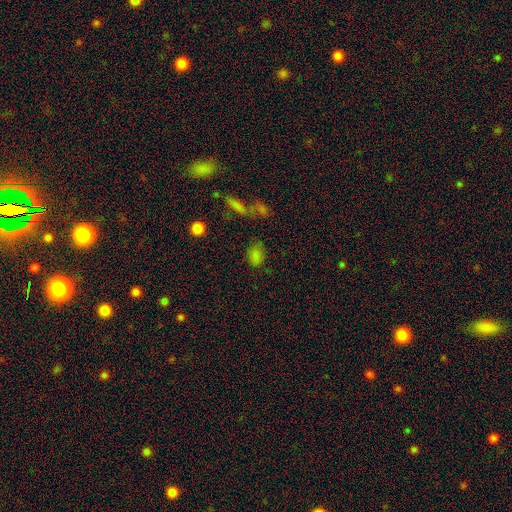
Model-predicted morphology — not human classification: Smooth or featured? smooth (75%)
How rounded? in between (77%)
Merging? none (70%)